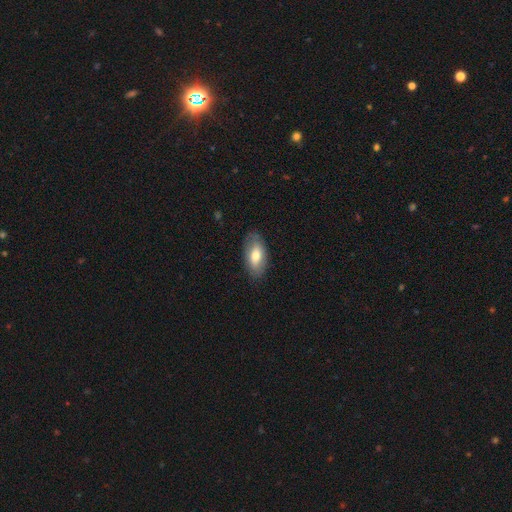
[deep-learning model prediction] smooth-or-featured: smooth: 70% | featured or disk: 24% | star or artifact: 6%
  how-rounded: in between: 91% | cigar-shaped: 6% | round: 3%
  merging: none: 81% | minor disturbance: 14% | major disturbance: 3% | merger: 1%